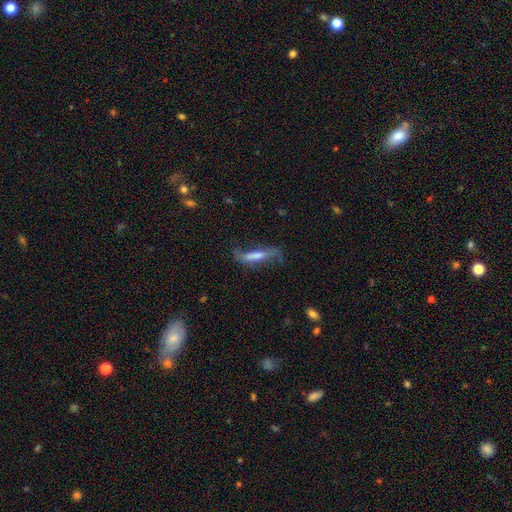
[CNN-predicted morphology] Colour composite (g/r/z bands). It shows a featured or disk galaxy (54%). Merging: none (49%).